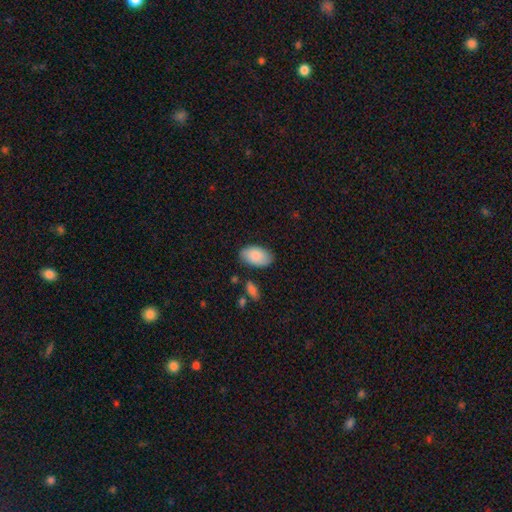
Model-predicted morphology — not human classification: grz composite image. It shows a smooth galaxy with no disk features (85%) that is in between round and cigar-shaped (94%). Merging: none (80%).